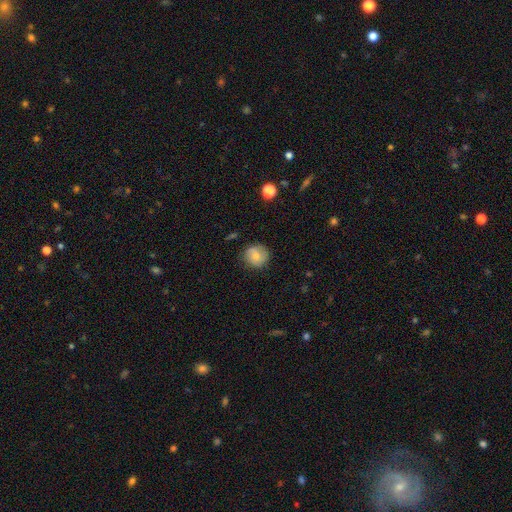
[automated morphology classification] Q: Smooth or featured?
A: smooth (70%); runner-up: featured or disk (22%)
Q: How rounded?
A: round (89%); runner-up: in between (10%)
Q: Merging?
A: none (79%); runner-up: minor disturbance (15%)